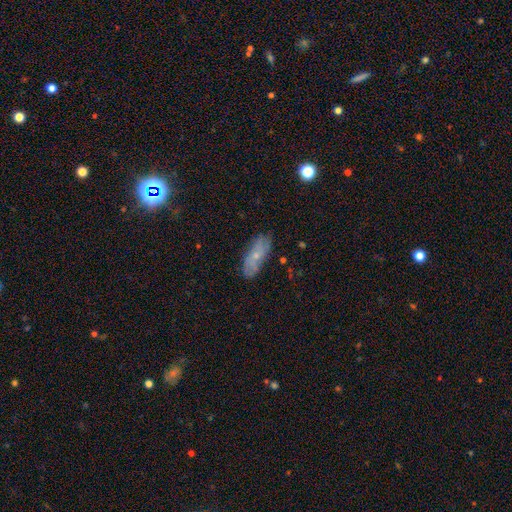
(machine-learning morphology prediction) Smooth or featured?
  - smooth: 50% *
  - featured or disk: 41%
  - star or artifact: 9%
Merging?
  - none: 74% *
  - minor disturbance: 20%
  - major disturbance: 5%
  - merger: 2%